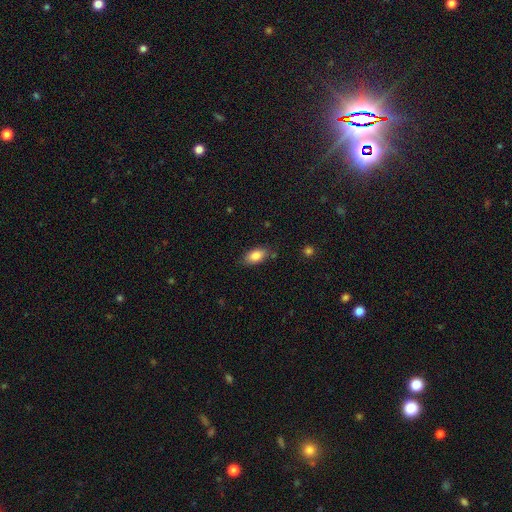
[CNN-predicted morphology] Overall: smooth (84%). How rounded: in between (90%). Merging: none (80%).